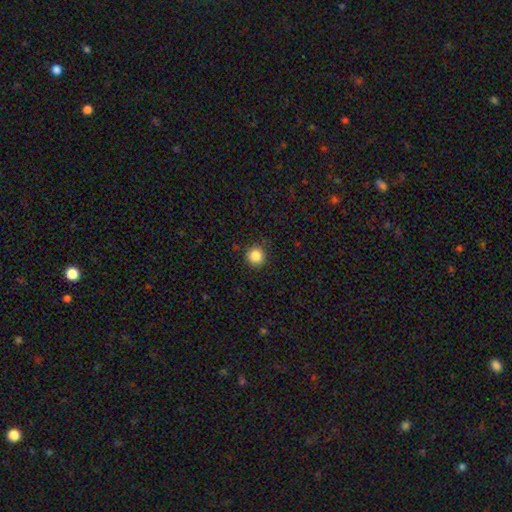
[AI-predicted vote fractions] A smooth galaxy with no disk features (86%) that is round (95%).

Vote fractions:
- Smooth or featured? smooth: 86% / star or artifact: 10% / featured or disk: 4%
- How rounded? round: 95% / in between: 4% / cigar-shaped: 1%
- Merging? none: 90% / minor disturbance: 7% / major disturbance: 2% / merger: 1%